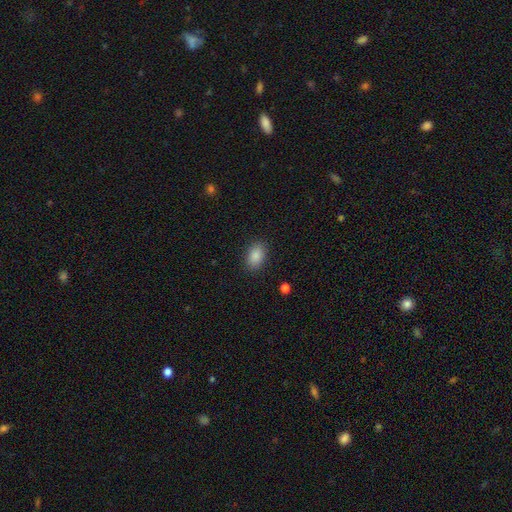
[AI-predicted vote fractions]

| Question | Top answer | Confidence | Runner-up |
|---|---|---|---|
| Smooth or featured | smooth | 88% | star or artifact (8%) |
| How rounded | in between | 88% | round (11%) |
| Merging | none | 88% | minor disturbance (9%) |